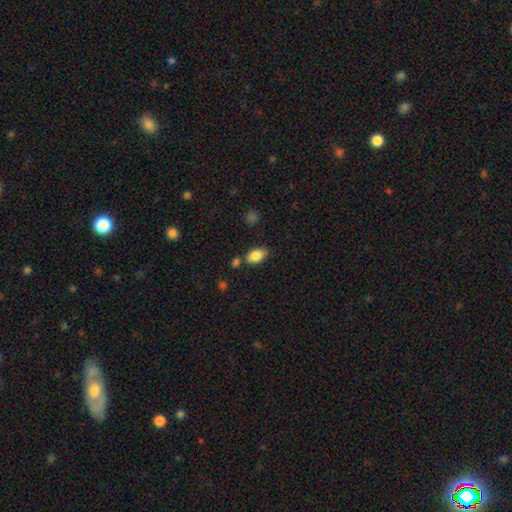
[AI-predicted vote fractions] The model was most divided on "merging": none: 74%, minor disturbance: 14%, merger: 8%, major disturbance: 3%. More confident: how rounded — in between (88%); smooth or featured — smooth (85%).